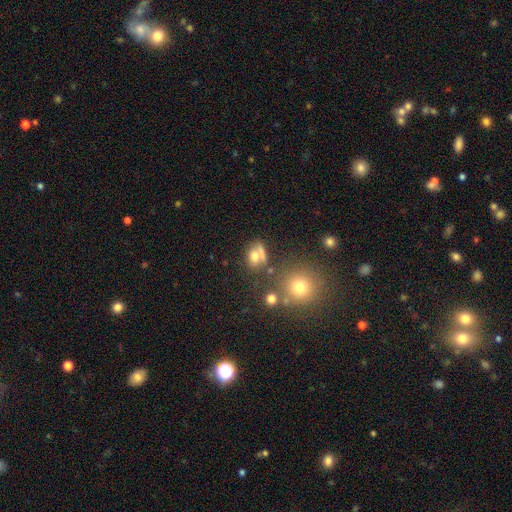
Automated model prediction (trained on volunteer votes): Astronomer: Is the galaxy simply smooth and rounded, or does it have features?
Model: smooth — 67%.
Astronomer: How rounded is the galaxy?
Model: in between — 54% (runner-up: round, 44%).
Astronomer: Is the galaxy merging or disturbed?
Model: none — 46% (runner-up: merger, 23%).